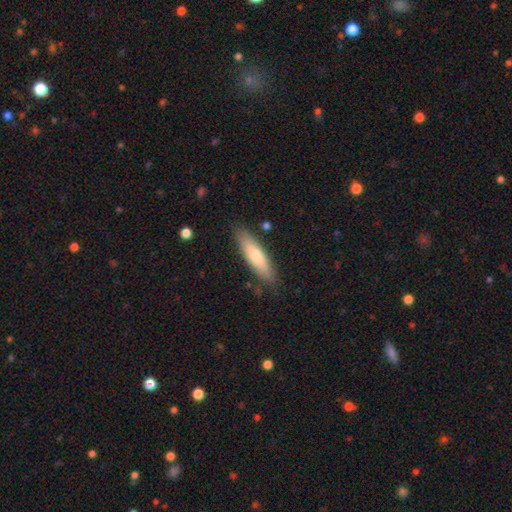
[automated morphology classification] Smooth or featured? Predicted: smooth (p=0.72). How rounded? Predicted: cigar-shaped (p=0.66). Merging? Predicted: none (p=0.85).